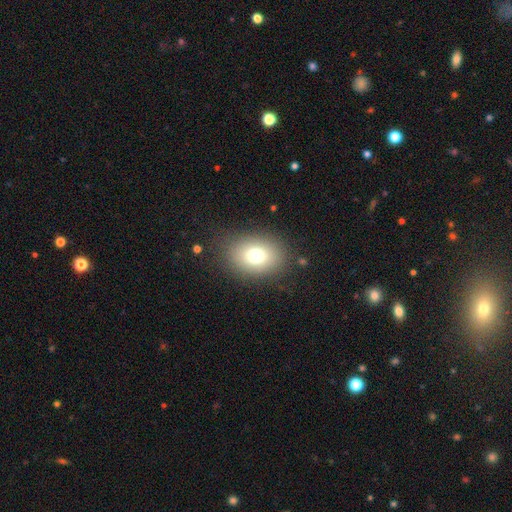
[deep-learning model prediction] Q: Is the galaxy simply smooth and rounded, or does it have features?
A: smooth — 74%.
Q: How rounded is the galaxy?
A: in between — 66%.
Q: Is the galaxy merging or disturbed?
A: none — 84%.